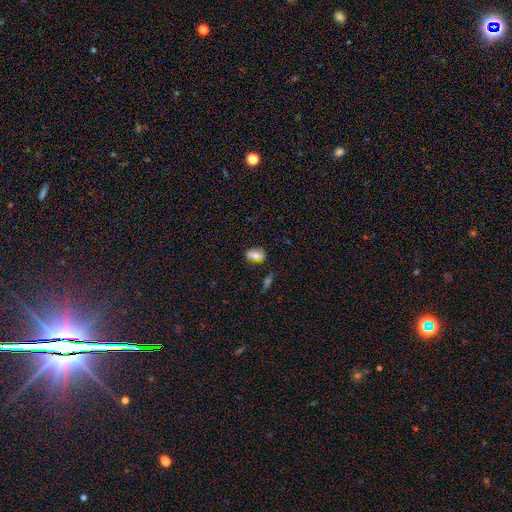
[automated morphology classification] Q: Smooth or featured?
A: smooth (77%); runner-up: featured or disk (14%)
Q: How rounded?
A: in between (87%); runner-up: round (9%)
Q: Merging?
A: none (75%); runner-up: minor disturbance (17%)